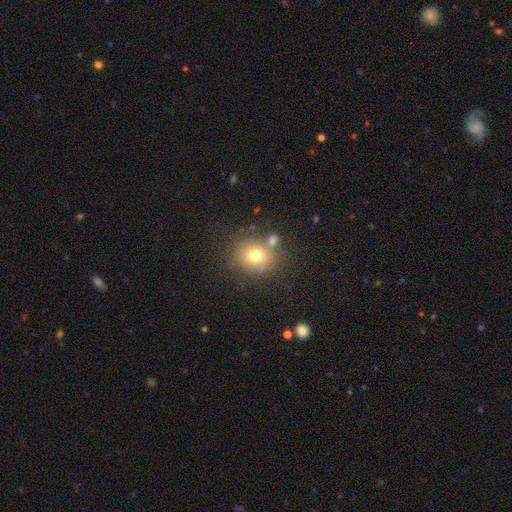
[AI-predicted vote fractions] Smooth or featured?
  - smooth: 73% *
  - featured or disk: 14%
  - star or artifact: 14%
How rounded?
  - round: 74% *
  - in between: 25%
  - cigar-shaped: 1%
Merging?
  - none: 67% *
  - merger: 16%
  - minor disturbance: 12%
  - major disturbance: 5%